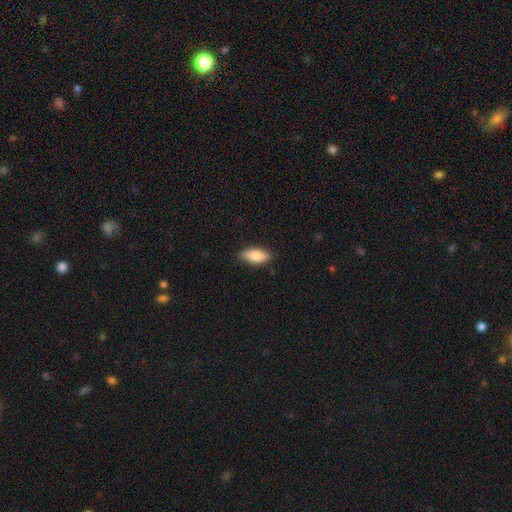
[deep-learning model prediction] Overall: smooth (78%). How rounded: in between (80%). Merging: none (87%).